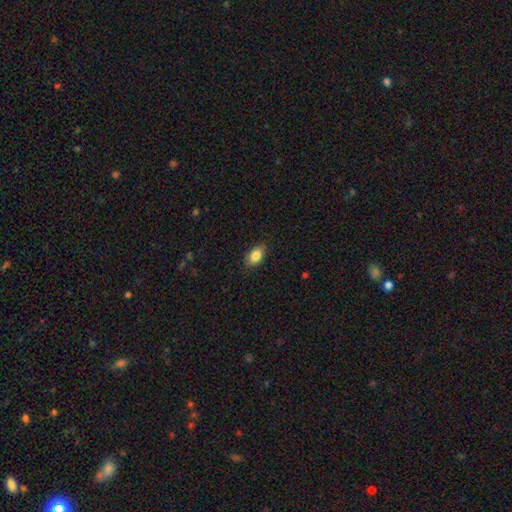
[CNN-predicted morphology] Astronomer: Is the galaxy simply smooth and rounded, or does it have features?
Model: smooth — 83%.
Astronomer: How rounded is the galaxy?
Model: in between — 86%.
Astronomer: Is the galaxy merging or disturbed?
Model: none — 82%.